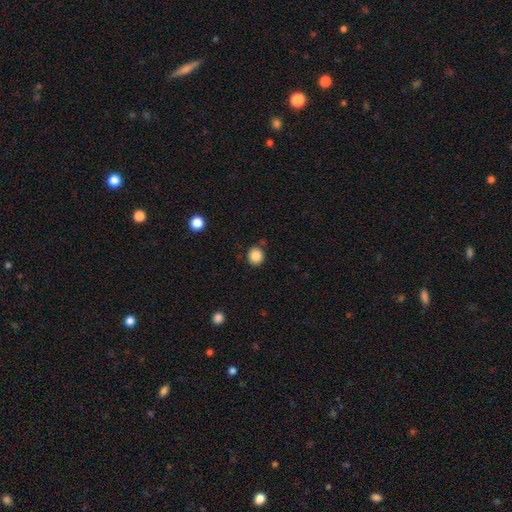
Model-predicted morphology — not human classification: Q: Smooth or featured?
A: smooth (86%); runner-up: star or artifact (10%)
Q: How rounded?
A: round (86%); runner-up: in between (13%)
Q: Merging?
A: none (85%); runner-up: minor disturbance (10%)